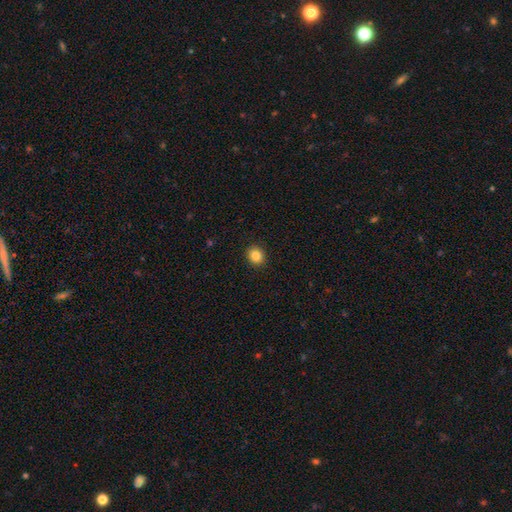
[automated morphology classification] Smooth or featured: smooth — 85% (star or artifact — 10%)
How rounded: round — 78% (in between — 21%)
Merging: none — 92% (minor disturbance — 5%)